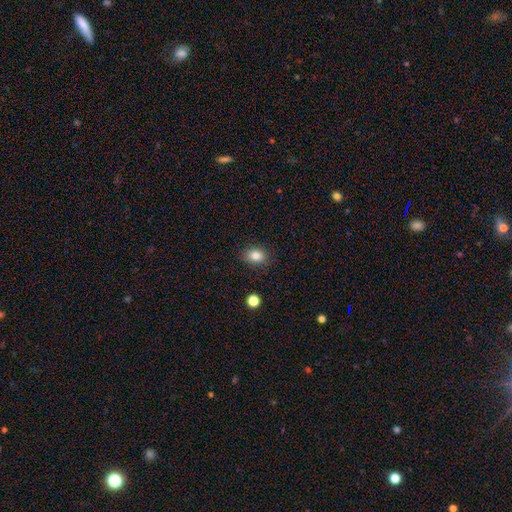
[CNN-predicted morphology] Smooth or featured? smooth (84%)
How rounded? in between (62%)
Merging? none (86%)